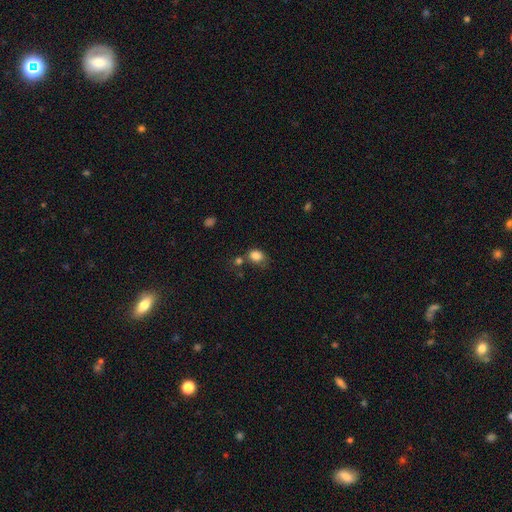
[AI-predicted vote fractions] Smooth or featured: smooth — 84% (star or artifact — 11%)
How rounded: in between — 55% (round — 44%)
Merging: none — 53% (minor disturbance — 23%)